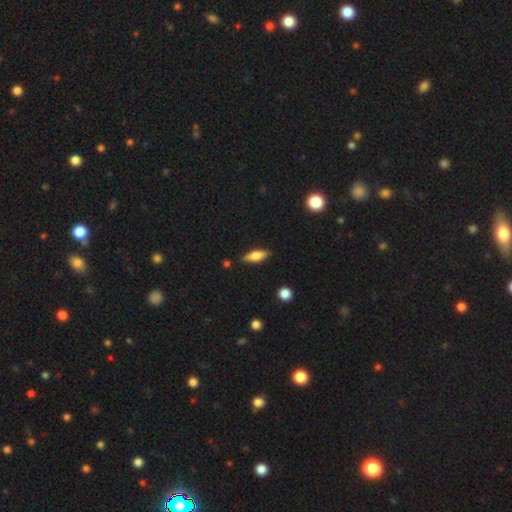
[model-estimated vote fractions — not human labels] smooth 59%, featured or disk 34%, star or artifact 7%. Down the decision tree: how rounded — in between (56%); merging — none (84%).